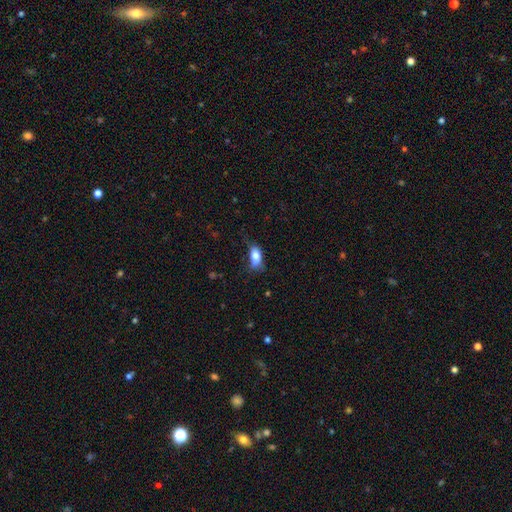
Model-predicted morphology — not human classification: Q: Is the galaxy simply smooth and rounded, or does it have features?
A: smooth — 78%.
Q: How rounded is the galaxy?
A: in between — 86%.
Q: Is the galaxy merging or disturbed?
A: none — 46%.